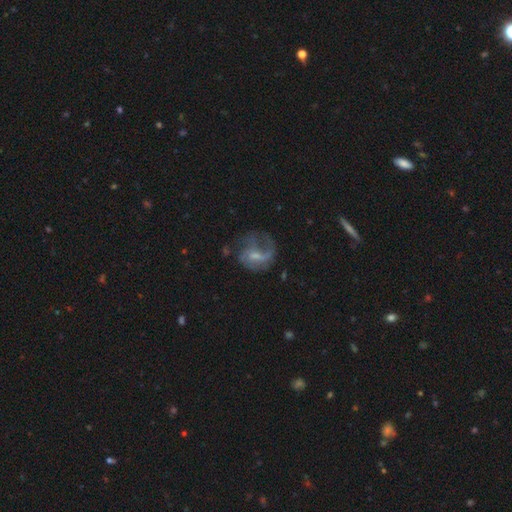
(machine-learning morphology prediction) Smooth or featured? Predicted: featured or disk (p=0.65). Edge-on disk? Predicted: no (p=0.97). Bar? Predicted: weak (p=0.49). Spiral arms? Predicted: yes (p=0.73). Bulge size? Predicted: small (p=0.44). Merging? Predicted: none (p=0.39).